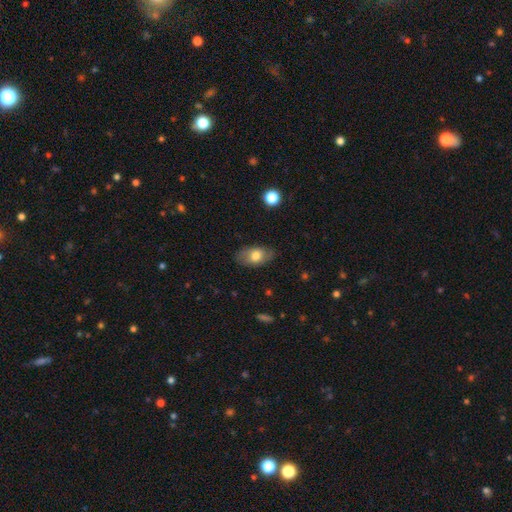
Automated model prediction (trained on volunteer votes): This appears to be a smooth galaxy with no disk features (70%) that is in between round and cigar-shaped (91%). Merging: none (79%).